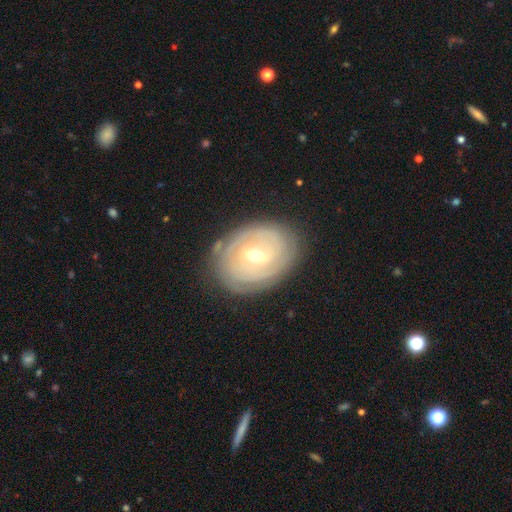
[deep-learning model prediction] This is clearly a featured or disk galaxy (82%). It is clearly not viewed edge-on (96%). Bar: possibly weak (53%). Spiral arm pattern: clearly yes (90%). Spiral arm count: marginally can't tell (41%). Spiral winding: clearly tight (80%). Central bulge: possibly small (49%). Merging: clearly none (80%).